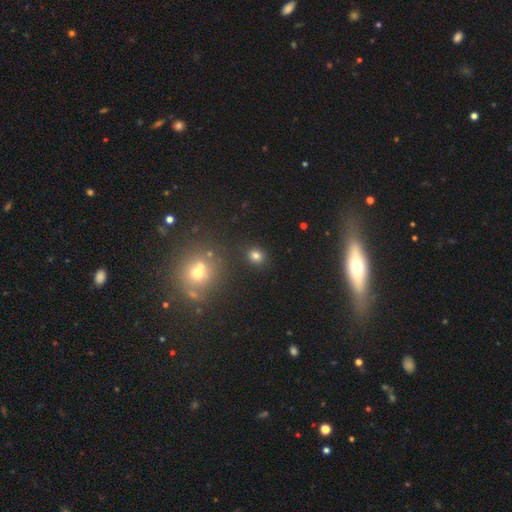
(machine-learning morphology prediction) smooth 78%, star or artifact 15%, featured or disk 6%. Down the decision tree: how rounded — round (72%); merging — none (86%).